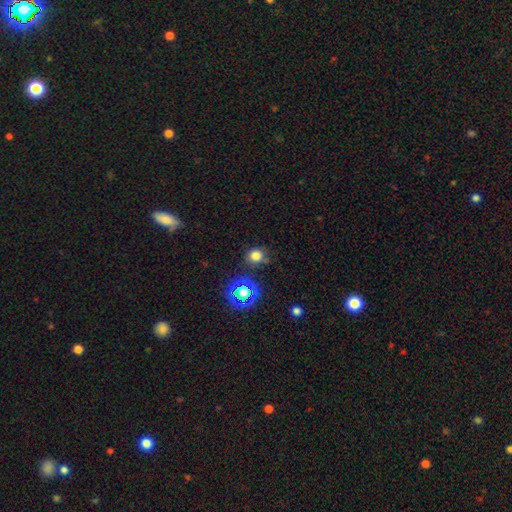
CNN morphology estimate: Overall: smooth (73%). How rounded: round (78%). Merging: none (75%).